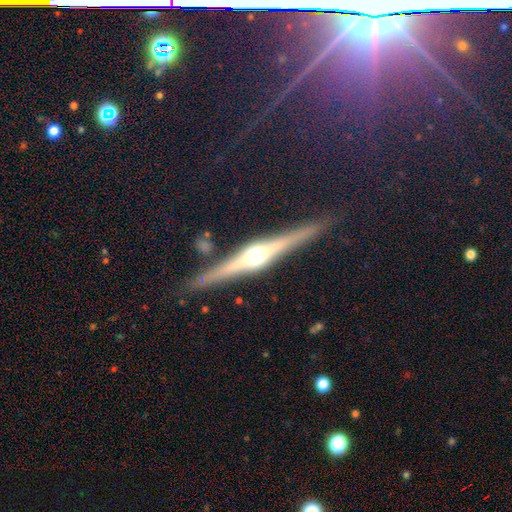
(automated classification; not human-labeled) Q: Smooth or featured?
A: featured or disk (83%); runner-up: smooth (11%)
Q: Edge-on disk?
A: yes (98%); runner-up: no (2%)
Q: Edge-on bulge?
A: rounded (93%); runner-up: boxy (5%)
Q: Merging?
A: none (88%); runner-up: minor disturbance (8%)